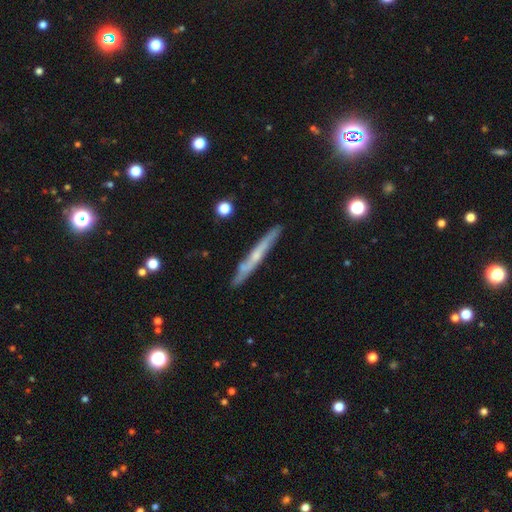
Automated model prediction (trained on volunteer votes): This appears to be a featured or disk galaxy (61%) viewed edge-on (91%) with no central bulge (56%). Merging: none (85%).